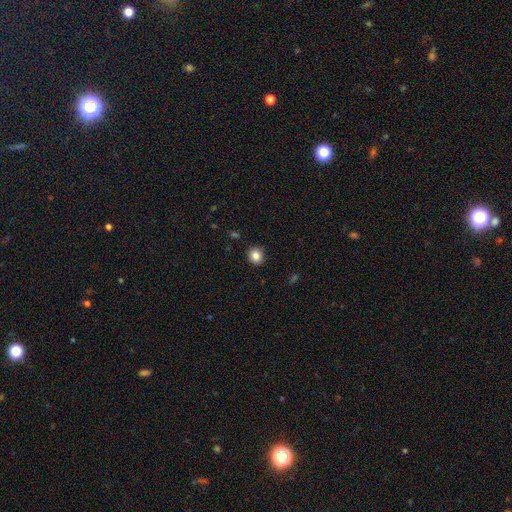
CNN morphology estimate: Overall: smooth (84%). How rounded: round (87%). Merging: none (91%).